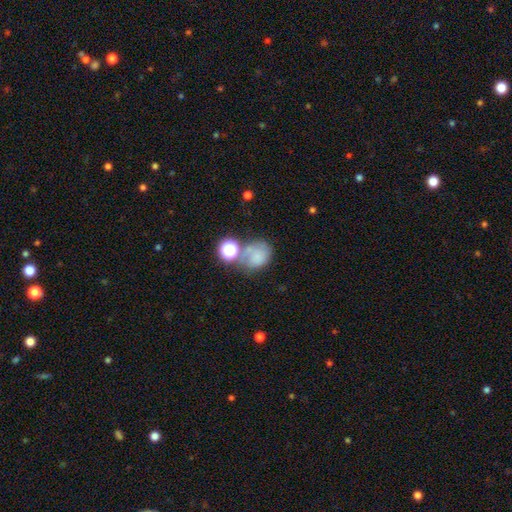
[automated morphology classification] Smooth or featured?
  - smooth: 64% *
  - featured or disk: 20%
  - star or artifact: 17%
How rounded?
  - round: 58% *
  - in between: 41%
  - cigar-shaped: 1%
Merging?
  - none: 35% *
  - merger: 27%
  - minor disturbance: 20%
  - major disturbance: 18%